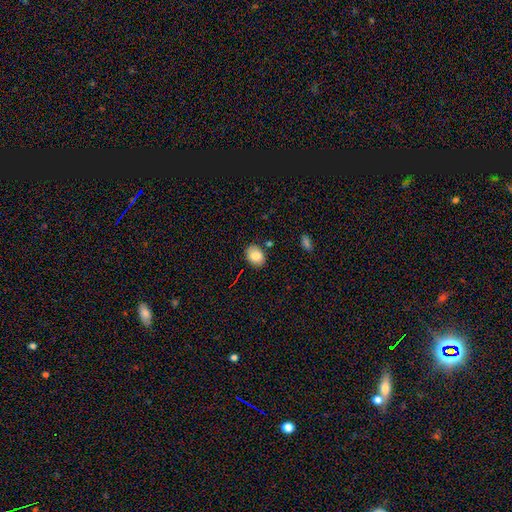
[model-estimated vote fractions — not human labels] Smooth or featured: smooth — 82% (featured or disk — 9%)
How rounded: in between — 66% (round — 33%)
Merging: none — 81% (minor disturbance — 12%)